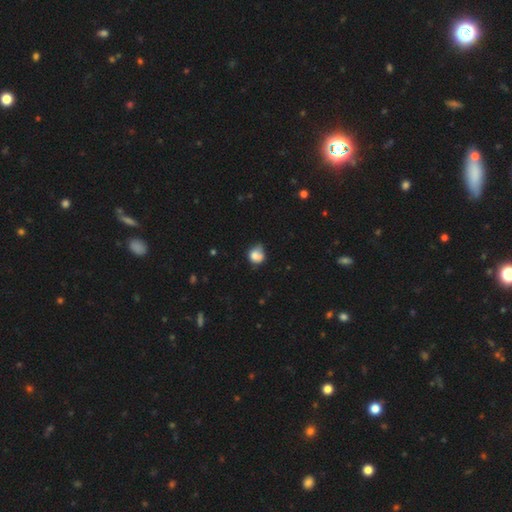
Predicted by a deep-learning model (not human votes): The model was most divided on "merging": none: 41%, minor disturbance: 34%, major disturbance: 13%, merger: 12%. More confident: smooth or featured — smooth (77%); how rounded — round (70%).